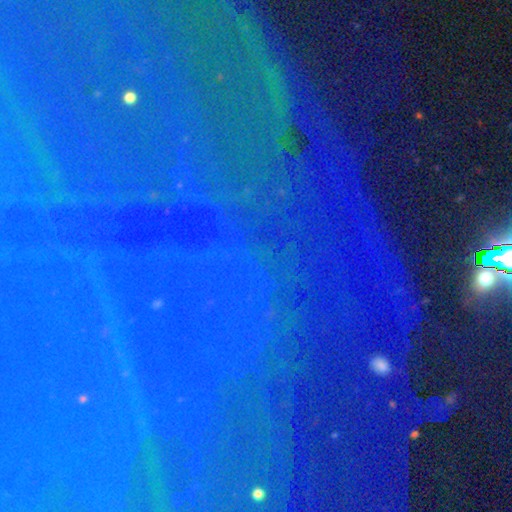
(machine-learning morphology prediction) The model was most divided on "smooth or featured": star or artifact: 83%, smooth: 9%, featured or disk: 9%.